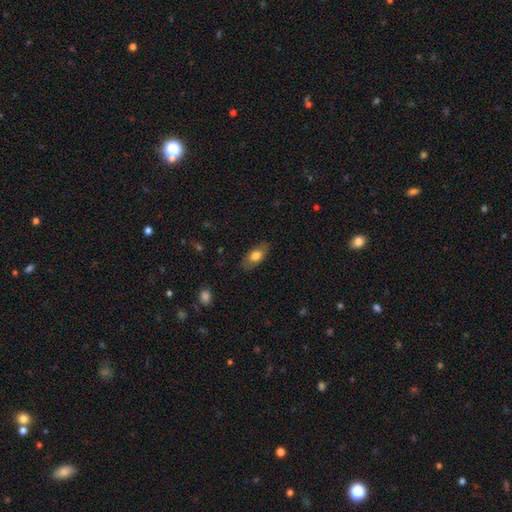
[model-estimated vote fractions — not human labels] Q: Smooth or featured?
A: smooth (72%); runner-up: featured or disk (21%)
Q: How rounded?
A: in between (89%); runner-up: cigar-shaped (7%)
Q: Merging?
A: none (84%); runner-up: minor disturbance (12%)